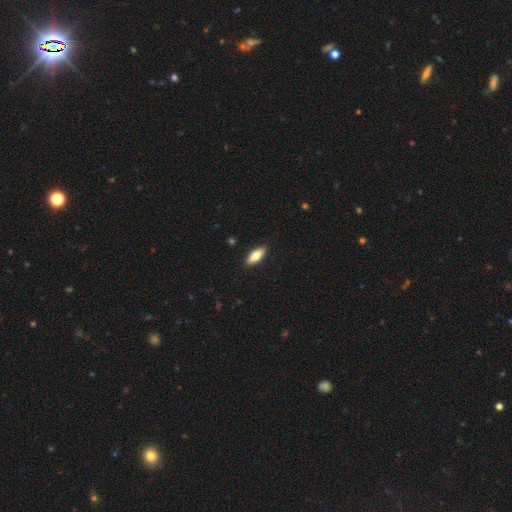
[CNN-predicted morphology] Q: Smooth or featured?
A: smooth (70%); runner-up: featured or disk (24%)
Q: How rounded?
A: in between (69%); runner-up: cigar-shaped (28%)
Q: Merging?
A: none (90%); runner-up: minor disturbance (8%)